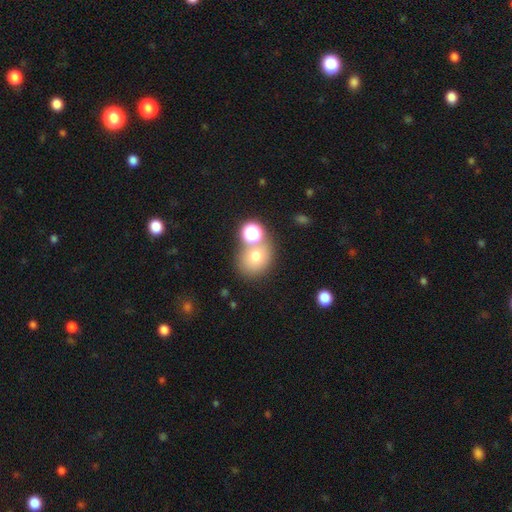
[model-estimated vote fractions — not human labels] Smooth or featured? smooth (69%)
How rounded? round (66%)
Merging? none (58%)